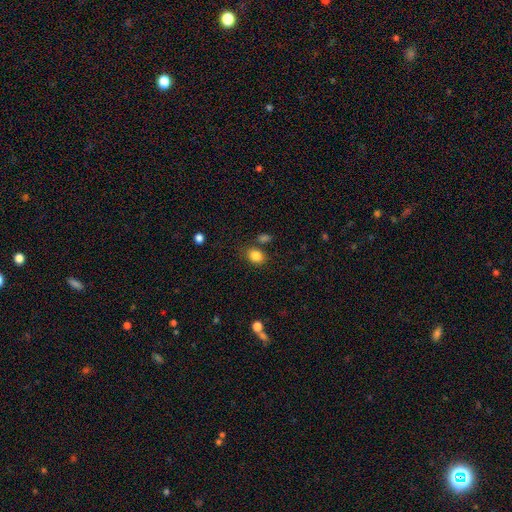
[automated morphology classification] Q: Smooth or featured?
A: smooth (85%); runner-up: star or artifact (10%)
Q: How rounded?
A: in between (58%); runner-up: round (41%)
Q: Merging?
A: none (73%); runner-up: minor disturbance (14%)